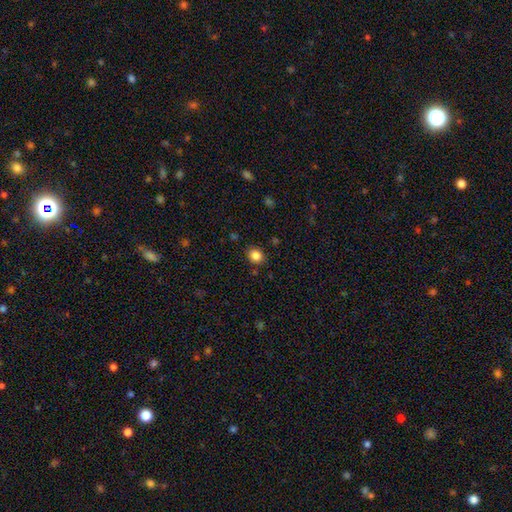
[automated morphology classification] type=smooth (84%); roundness=round (74%); merging=none (86%).